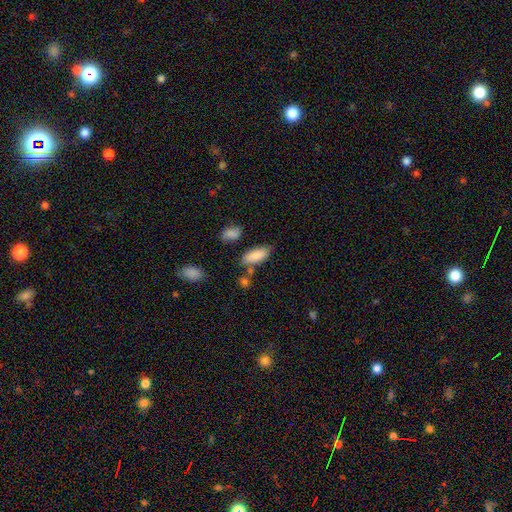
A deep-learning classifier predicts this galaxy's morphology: Smooth or featured?
  - smooth: 85% *
  - featured or disk: 8%
  - star or artifact: 7%
How rounded?
  - in between: 83% *
  - cigar-shaped: 15%
  - round: 2%
Merging?
  - none: 64% *
  - minor disturbance: 20%
  - merger: 11%
  - major disturbance: 5%